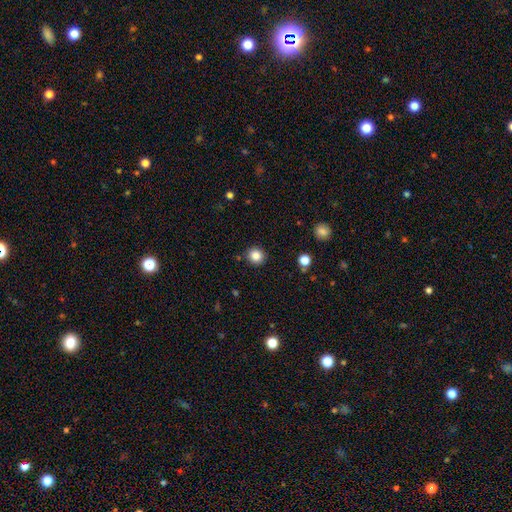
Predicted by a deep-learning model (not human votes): smooth 84%, star or artifact 11%, featured or disk 5%. Down the decision tree: how rounded — round (91%); merging — none (91%).